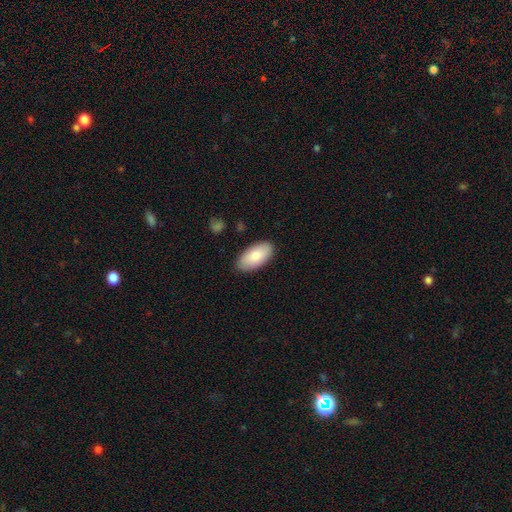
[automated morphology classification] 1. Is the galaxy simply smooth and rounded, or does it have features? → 84% smooth, 11% featured or disk, 6% star or artifact.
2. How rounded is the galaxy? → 94% in between, 4% cigar-shaped, 2% round.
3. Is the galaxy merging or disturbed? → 87% none, 10% minor disturbance, 2% major disturbance, 1% merger.